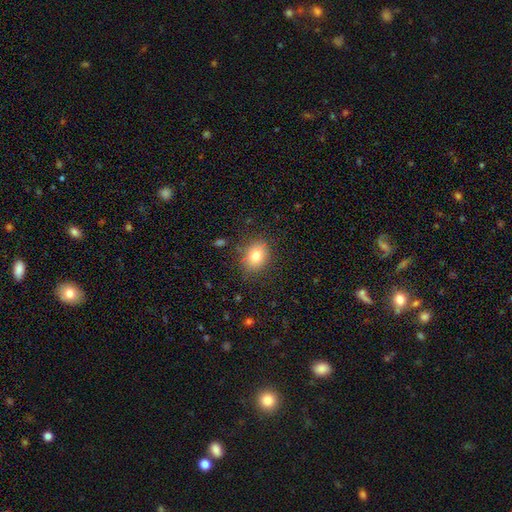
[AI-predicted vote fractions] smooth-or-featured: smooth: 78% | featured or disk: 11% | star or artifact: 11%
  how-rounded: in between: 54% | round: 44% | cigar-shaped: 1%
  merging: none: 82% | minor disturbance: 13% | major disturbance: 3% | merger: 2%